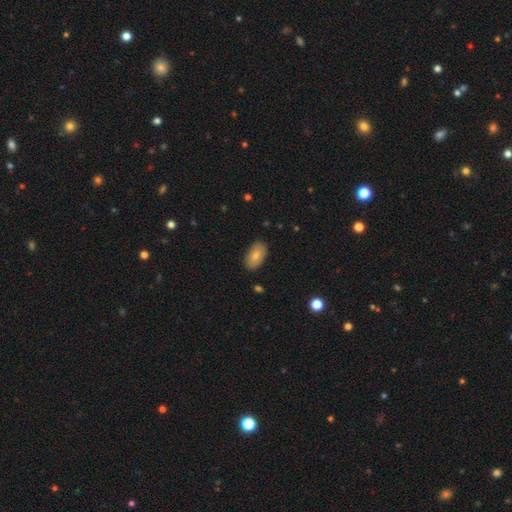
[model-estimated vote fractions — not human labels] Overall: smooth (78%). How rounded: in between (94%). Merging: none (86%).